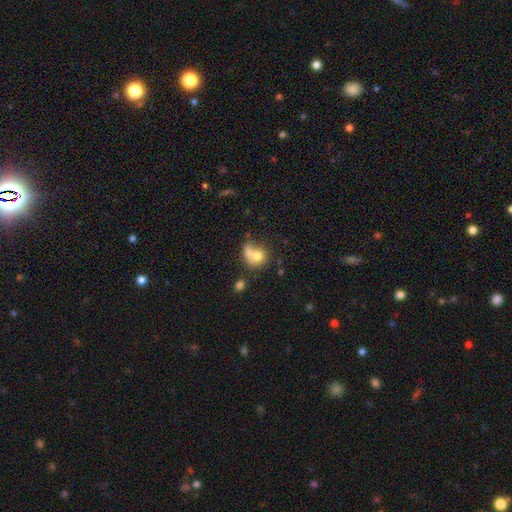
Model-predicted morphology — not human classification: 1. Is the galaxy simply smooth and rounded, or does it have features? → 73% smooth, 17% featured or disk, 10% star or artifact.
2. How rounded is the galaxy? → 67% round, 31% in between, 1% cigar-shaped.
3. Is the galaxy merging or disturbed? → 41% merger, 31% none, 15% minor disturbance, 13% major disturbance.